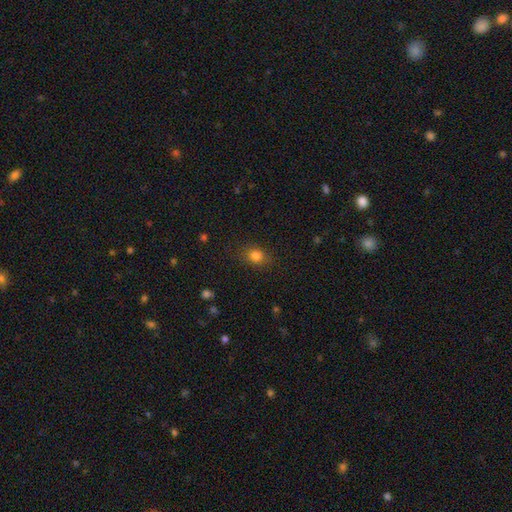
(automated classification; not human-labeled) This is clearly a smooth galaxy (81%). How rounded: possibly round (50%). Merging: clearly none (82%).